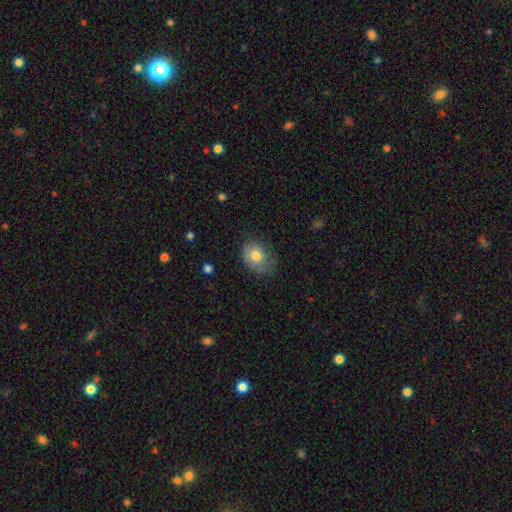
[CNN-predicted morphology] Q: Smooth or featured?
A: smooth (71%); runner-up: featured or disk (22%)
Q: How rounded?
A: in between (60%); runner-up: round (39%)
Q: Merging?
A: none (59%); runner-up: minor disturbance (29%)